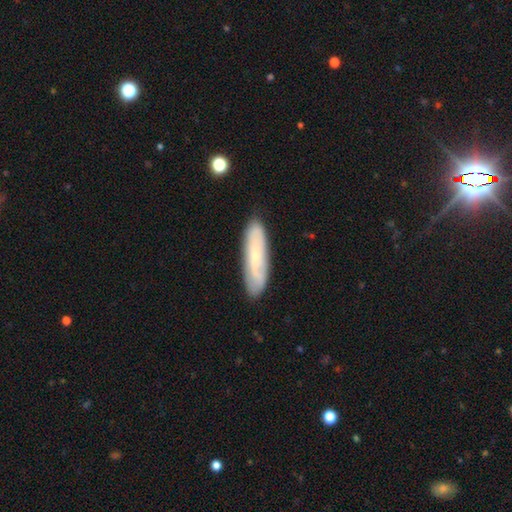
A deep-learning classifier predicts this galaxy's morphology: Smooth or featured: smooth — 50% (featured or disk — 43%)
How rounded: cigar-shaped — 68% (in between — 31%)
Merging: none — 85% (minor disturbance — 12%)